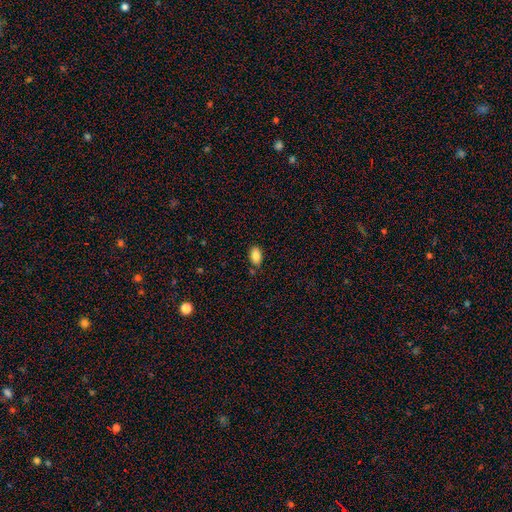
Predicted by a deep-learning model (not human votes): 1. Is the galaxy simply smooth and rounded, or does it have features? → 85% smooth, 8% star or artifact, 7% featured or disk.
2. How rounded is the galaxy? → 92% in between, 6% round, 2% cigar-shaped.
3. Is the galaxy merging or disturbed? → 78% none, 14% minor disturbance, 5% merger, 3% major disturbance.